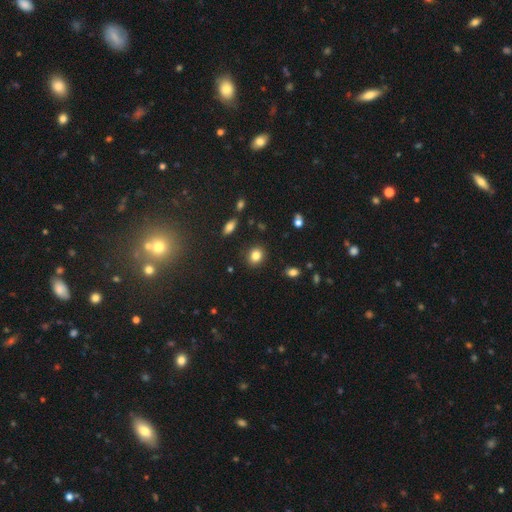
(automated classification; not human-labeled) smooth 83%, star or artifact 10%, featured or disk 6%. Down the decision tree: how rounded — round (65%); merging — none (88%).